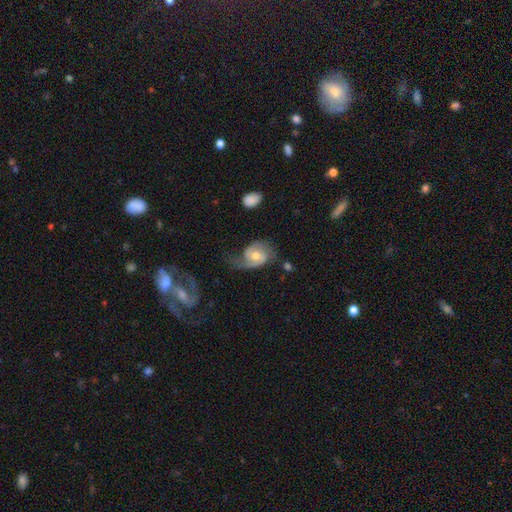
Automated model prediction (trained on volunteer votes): Smooth or featured? featured or disk (77%)
Edge-on disk? no (97%)
Bar? no (65%)
Spiral arms? yes (94%)
Spiral winding? medium (45%)
Spiral arm count? 2 (77%)
Bulge size? moderate (70%)
Merging? none (46%)